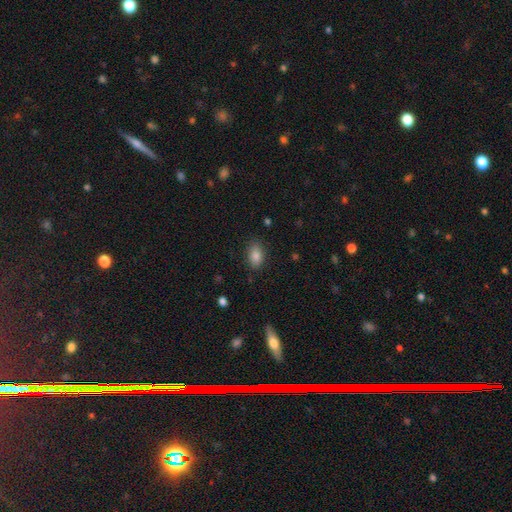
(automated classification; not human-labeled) smooth_or_featured: smooth (p=0.85) [alt: star or artifact p=0.09]
how_rounded: in between (p=0.84) [alt: round p=0.15]
merging: none (p=0.83) [alt: minor disturbance p=0.13]